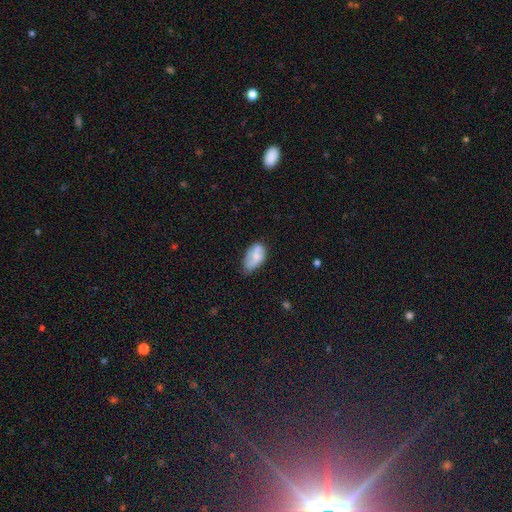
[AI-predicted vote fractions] The model was most divided on "merging" (2-way tie): none: 41%, minor disturbance: 41%, major disturbance: 13%, merger: 5%. More confident: how rounded — in between (92%); smooth or featured — smooth (66%).